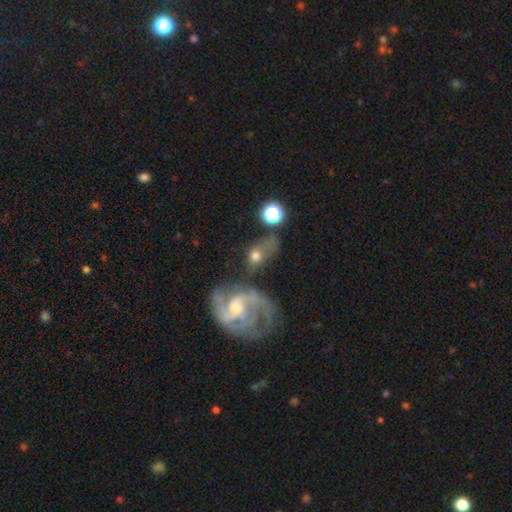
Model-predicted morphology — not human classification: type=smooth (45%); merging=none (38%).